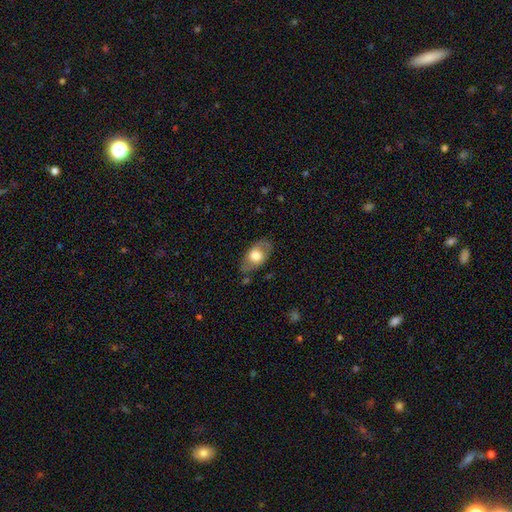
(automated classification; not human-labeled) Smooth or featured? Predicted: smooth (p=0.56). How rounded? Predicted: in between (p=0.88). Merging? Predicted: none (p=0.74).